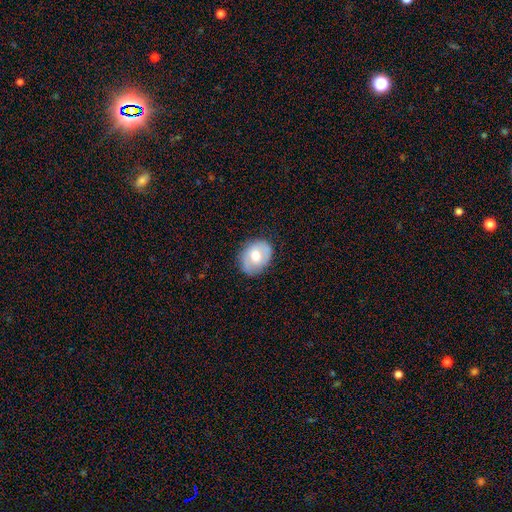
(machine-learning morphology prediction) Overall: smooth (62%; featured or disk 31%). How rounded: in between (55%; round 44%). Merging: none (80%).